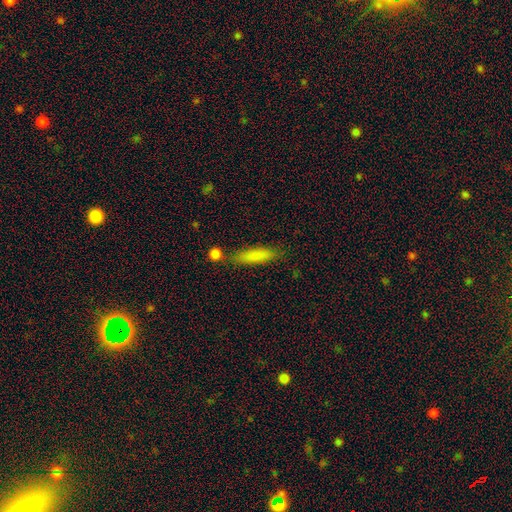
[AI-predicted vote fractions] Smooth or featured? Predicted: smooth (p=0.81). How rounded? Predicted: cigar-shaped (p=0.77). Merging? Predicted: none (p=0.72).